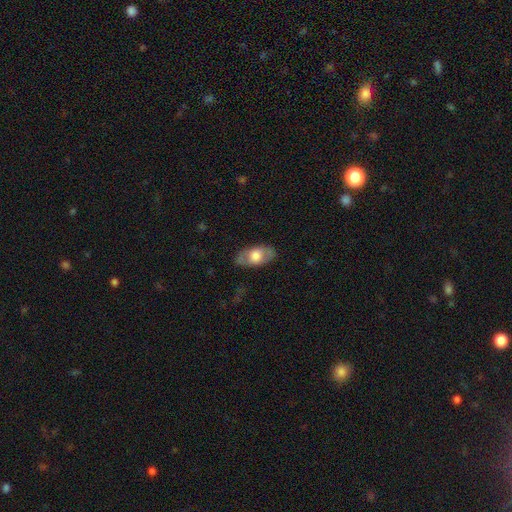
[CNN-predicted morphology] smooth-or-featured: smooth: 56% | featured or disk: 38% | star or artifact: 6%
  how-rounded: in between: 90% | round: 5% | cigar-shaped: 5%
  merging: none: 80% | minor disturbance: 14% | major disturbance: 4% | merger: 1%